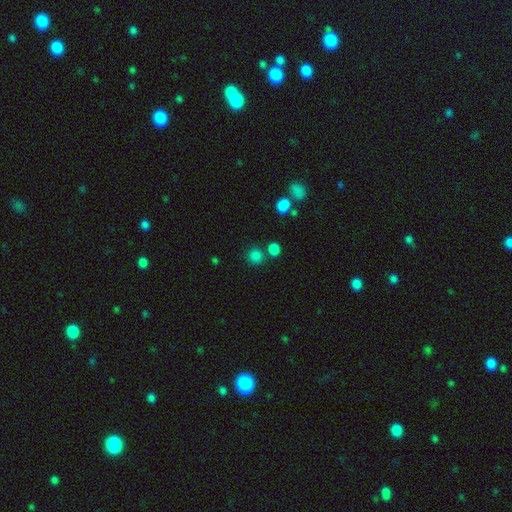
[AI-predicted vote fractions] Smooth or featured: smooth — 81% (star or artifact — 14%)
How rounded: round — 87% (in between — 12%)
Merging: none — 71% (merger — 17%)